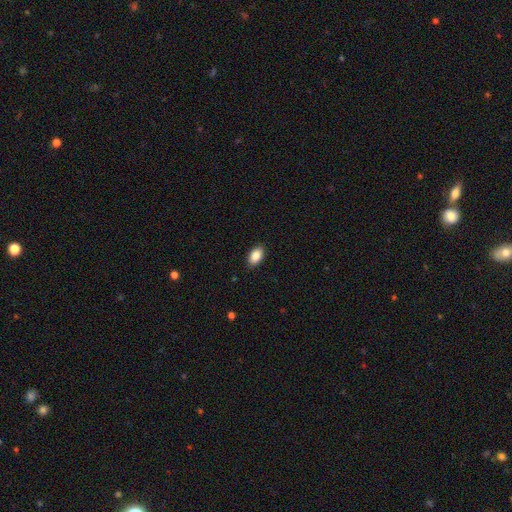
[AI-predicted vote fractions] Smooth or featured? Predicted: smooth (p=0.88). How rounded? Predicted: in between (p=0.92). Merging? Predicted: none (p=0.87).